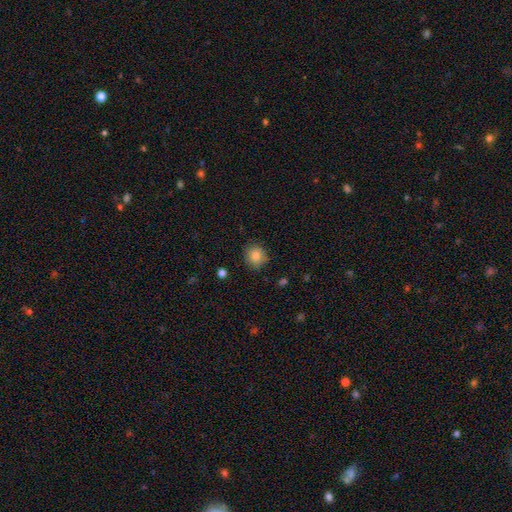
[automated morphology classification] Smooth or featured? Predicted: smooth (p=0.84). How rounded? Predicted: round (p=0.83). Merging? Predicted: none (p=0.84).